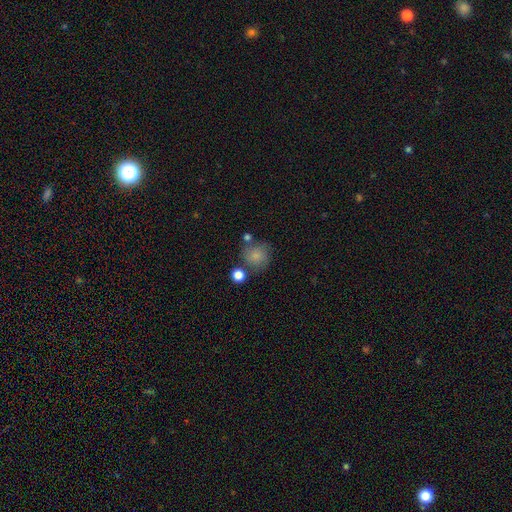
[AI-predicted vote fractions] This is likely a smooth galaxy (79%). How rounded: clearly round (86%). Merging: likely none (63%).